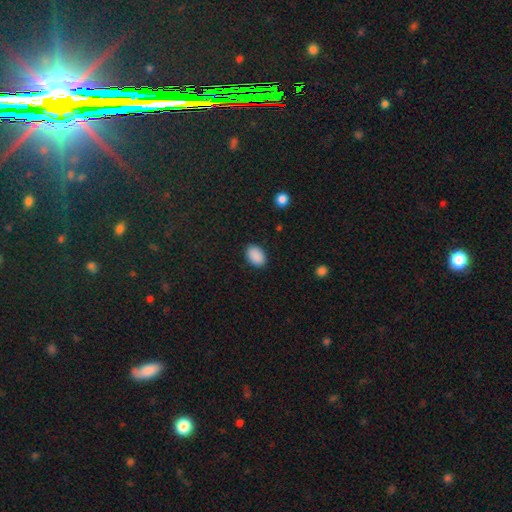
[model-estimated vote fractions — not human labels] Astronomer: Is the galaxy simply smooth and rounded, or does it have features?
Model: smooth — 90%.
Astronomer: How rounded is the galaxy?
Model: in between — 86%.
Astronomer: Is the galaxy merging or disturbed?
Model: none — 88%.